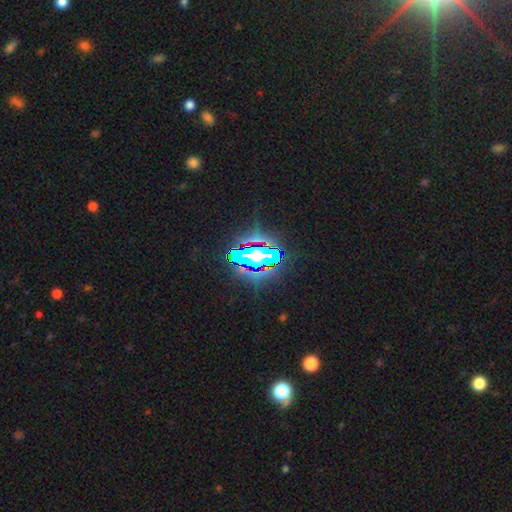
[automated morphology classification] This appears to be a star or artifact, not a galaxy (64%).